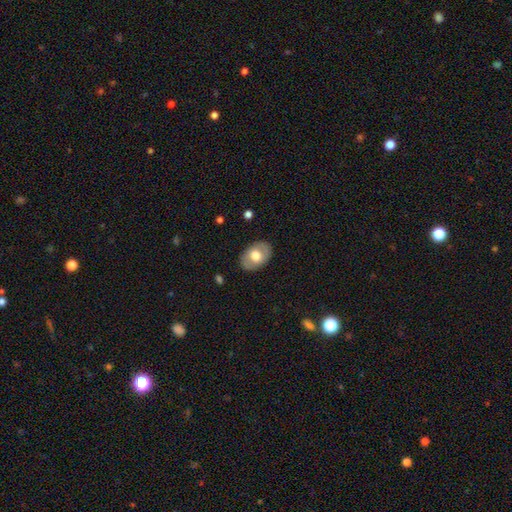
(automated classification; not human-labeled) Smooth or featured? Predicted: smooth (p=0.60). How rounded? Predicted: in between (p=0.83). Merging? Predicted: none (p=0.85).